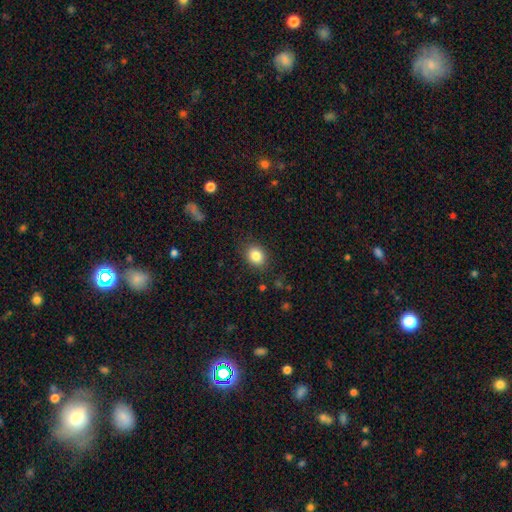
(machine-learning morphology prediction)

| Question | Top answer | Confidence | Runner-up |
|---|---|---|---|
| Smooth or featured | smooth | 84% | star or artifact (10%) |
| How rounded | round | 51% | in between (48%) |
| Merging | none | 86% | minor disturbance (10%) |